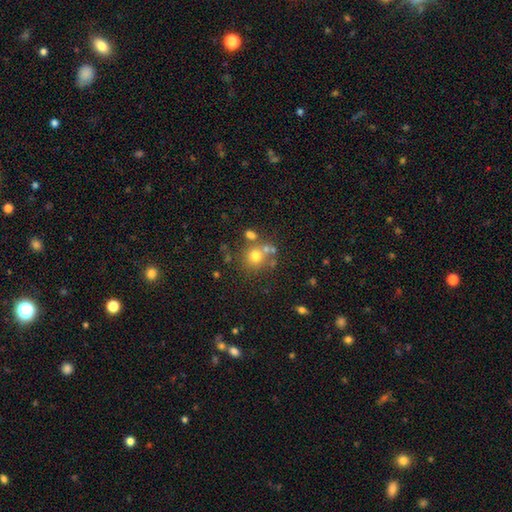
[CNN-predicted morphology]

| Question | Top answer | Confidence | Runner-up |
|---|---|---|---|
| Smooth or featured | smooth | 68% | star or artifact (17%) |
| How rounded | round | 87% | in between (12%) |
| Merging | none | 62% | merger (22%) |